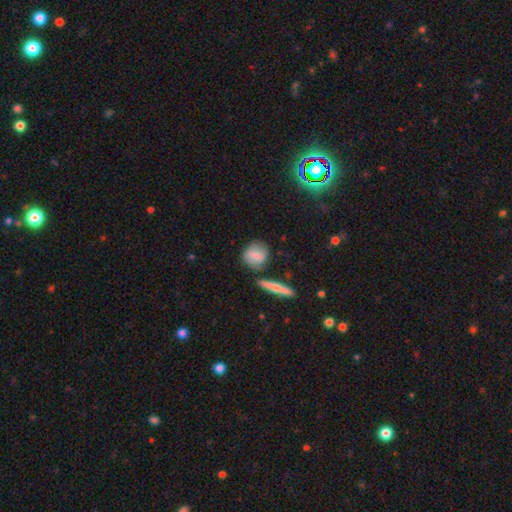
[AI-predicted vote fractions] A smooth galaxy with no disk features (59%) that is round (71%). Merging: none (73%).